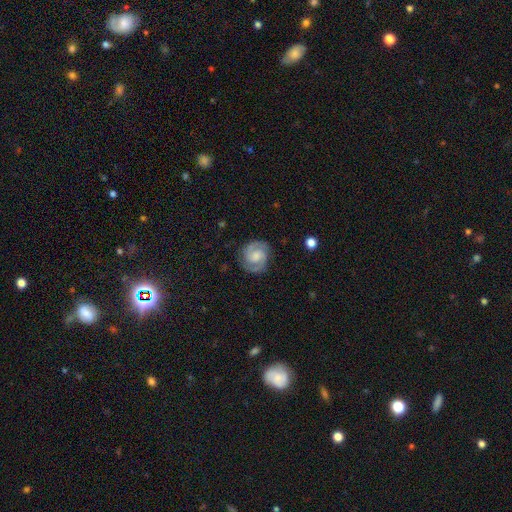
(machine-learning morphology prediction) smooth-or-featured: featured or disk: 81% | smooth: 13% | star or artifact: 6%
  disk-edge-on: no: 98% | yes: 2%
    bar: no: 50% | weak: 42% | strong: 8%
    has-spiral-arms: yes: 97% | no: 3%
      spiral-winding: tight: 49% | medium: 44% | loose: 8%
      spiral-arm-count: 2: 90% | can't tell: 4% | 3: 3% | 1: 1% | 4: 1% | more than 4: 1%
    bulge-size: moderate: 42% | small: 29% | none: 15% | large: 11% | dominant: 2%
  merging: none: 82% | minor disturbance: 12% | major disturbance: 4% | merger: 1%